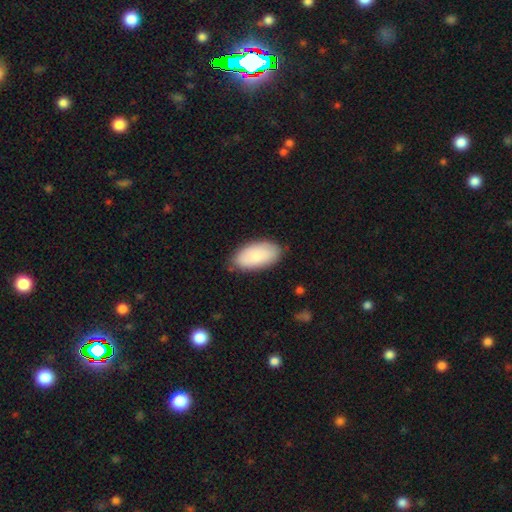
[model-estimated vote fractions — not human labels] The model was most divided on "merging": none: 82%, minor disturbance: 14%, major disturbance: 3%, merger: 1%. More confident: how rounded — in between (95%); smooth or featured — smooth (83%).